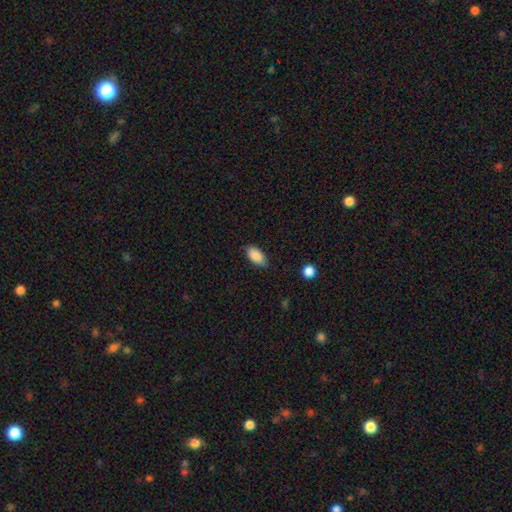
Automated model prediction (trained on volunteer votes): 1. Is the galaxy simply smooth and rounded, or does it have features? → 88% smooth, 7% star or artifact, 5% featured or disk.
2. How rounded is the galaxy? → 92% in between, 4% cigar-shaped, 3% round.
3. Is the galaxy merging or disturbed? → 81% none, 15% minor disturbance, 3% major disturbance, 1% merger.